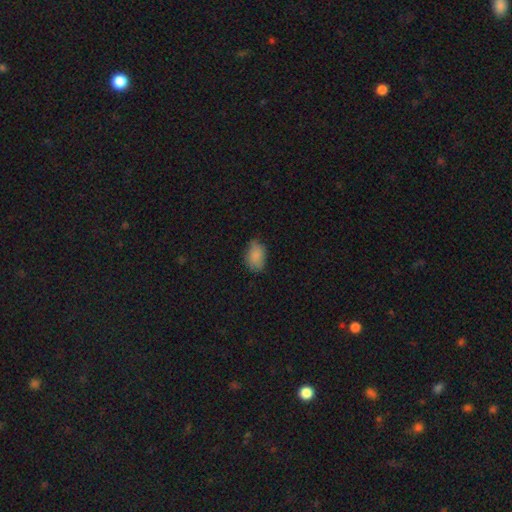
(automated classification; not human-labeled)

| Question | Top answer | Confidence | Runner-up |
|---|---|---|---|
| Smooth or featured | smooth | 84% | star or artifact (8%) |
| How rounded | in between | 83% | round (15%) |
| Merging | none | 66% | minor disturbance (27%) |